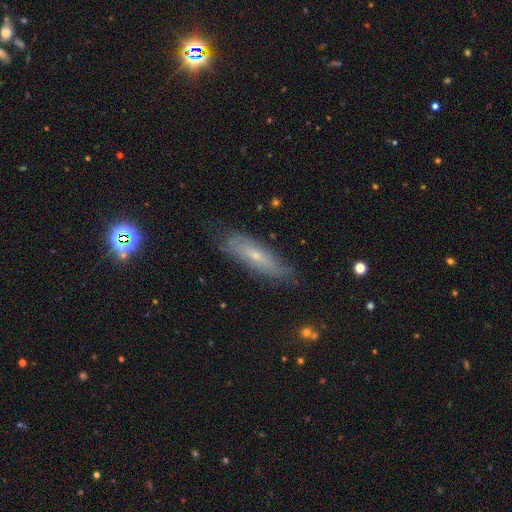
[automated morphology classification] featured or disk 48%, smooth 43%, star or artifact 9%. Down the decision tree: merging — none (72%).